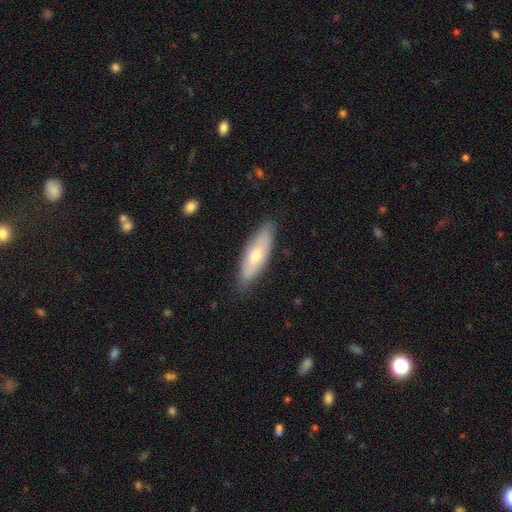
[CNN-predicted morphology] smooth 61%, featured or disk 33%, star or artifact 6%. Down the decision tree: how rounded — in between (55%); merging — none (83%).